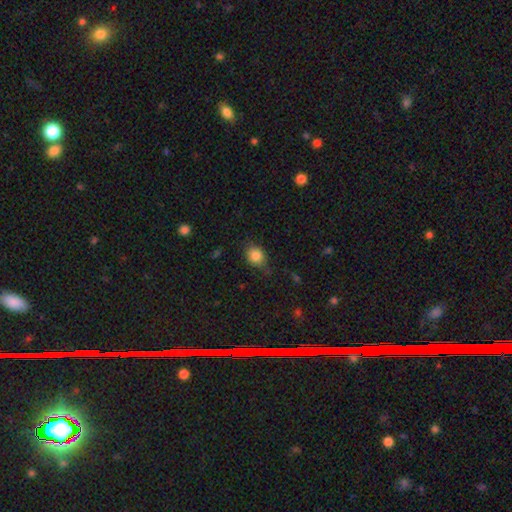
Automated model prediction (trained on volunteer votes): Smooth or featured: smooth — 83% (star or artifact — 9%)
How rounded: round — 56% (in between — 43%)
Merging: none — 69% (minor disturbance — 24%)